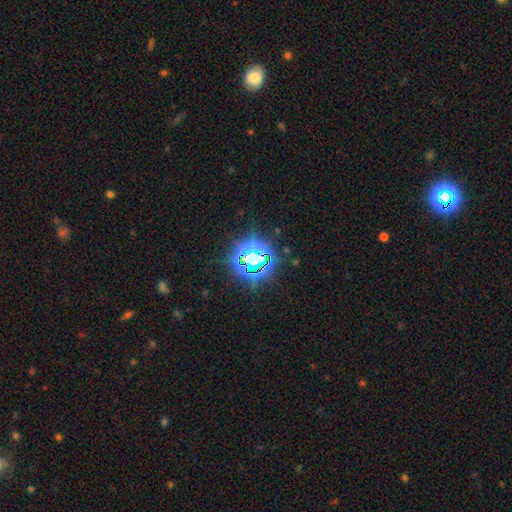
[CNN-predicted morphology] Smooth or featured: star or artifact — 78% (smooth — 13%)